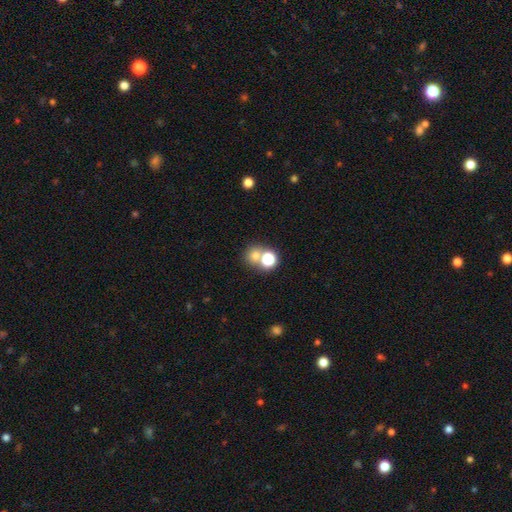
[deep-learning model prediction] smooth-or-featured: smooth: 68% | star or artifact: 22% | featured or disk: 10%
  how-rounded: round: 80% | in between: 19% | cigar-shaped: 1%
  merging: none: 51% | merger: 39% | minor disturbance: 7% | major disturbance: 4%